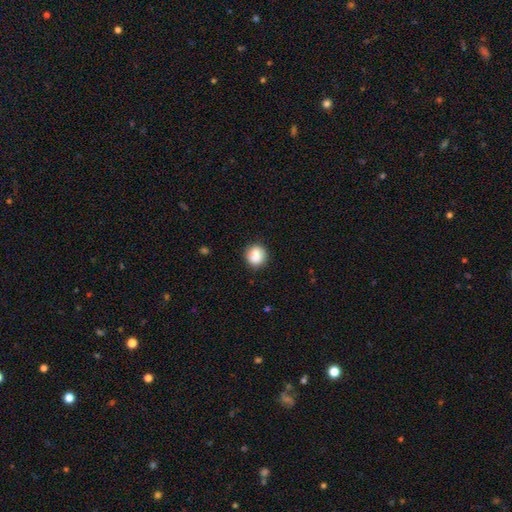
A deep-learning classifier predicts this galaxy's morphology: Smooth or featured? Predicted: smooth (p=0.86). How rounded? Predicted: round (p=0.80). Merging? Predicted: none (p=0.85).